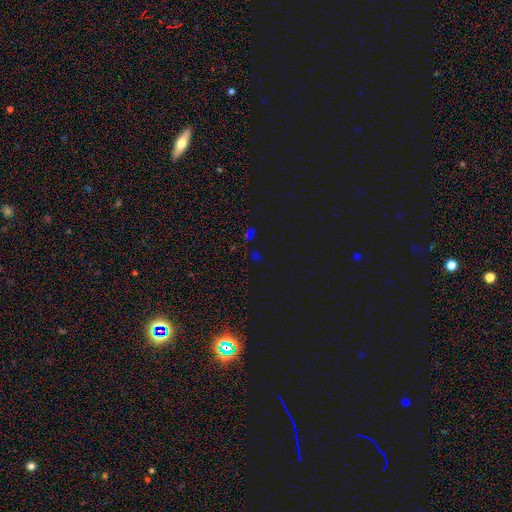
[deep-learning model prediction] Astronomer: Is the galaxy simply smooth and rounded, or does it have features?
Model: star or artifact — 61%.